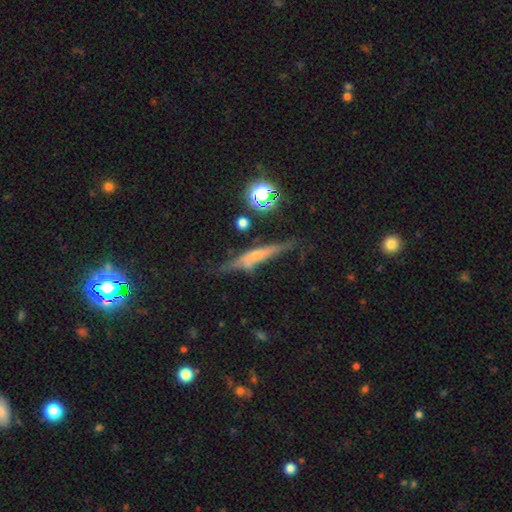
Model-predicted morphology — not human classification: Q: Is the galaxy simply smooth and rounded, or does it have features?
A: featured or disk — 55%.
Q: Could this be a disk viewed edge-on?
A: yes — 88%.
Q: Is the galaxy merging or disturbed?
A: none — 63%.